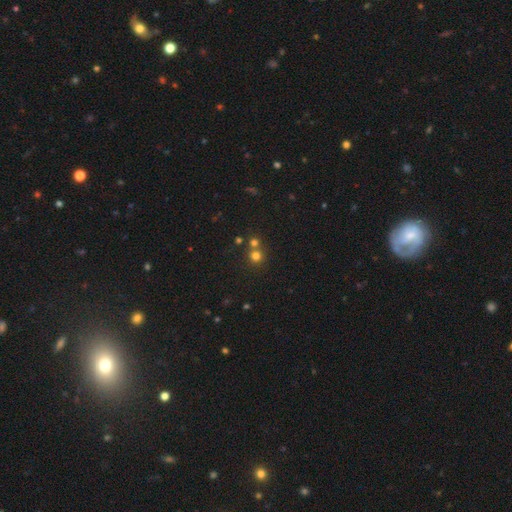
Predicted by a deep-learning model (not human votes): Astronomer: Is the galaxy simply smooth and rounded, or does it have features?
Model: smooth — 72%.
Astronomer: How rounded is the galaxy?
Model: round — 92%.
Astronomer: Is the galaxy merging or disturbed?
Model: none — 62%.